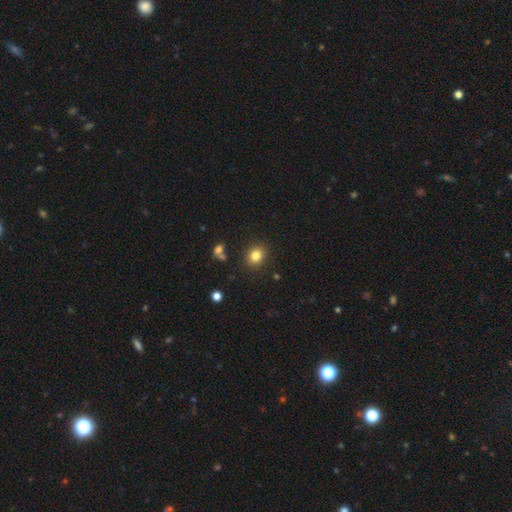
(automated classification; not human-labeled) A smooth galaxy with no disk features (82%) that is round (72%). Merging: none (86%).